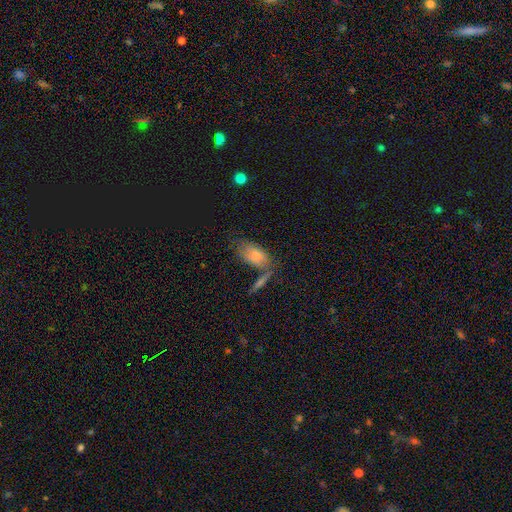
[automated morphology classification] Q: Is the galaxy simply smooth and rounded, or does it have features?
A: smooth — 69%.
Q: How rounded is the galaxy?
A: in between — 89%.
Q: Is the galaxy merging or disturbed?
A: none — 50%.